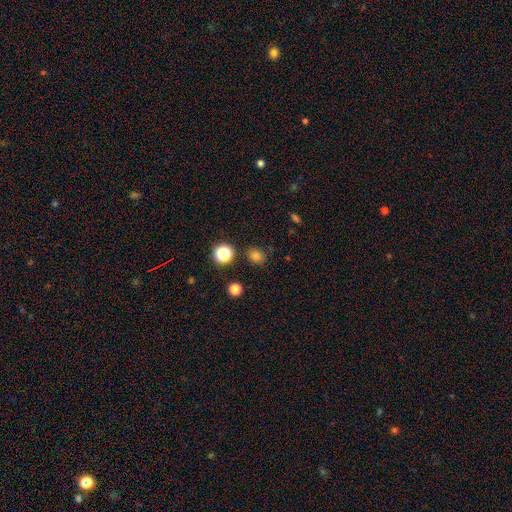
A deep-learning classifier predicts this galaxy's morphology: smooth_or_featured: smooth (p=0.77) [alt: star or artifact p=0.19]
how_rounded: round (p=0.73) [alt: in between p=0.26]
merging: none (p=0.84) [alt: minor disturbance p=0.10]